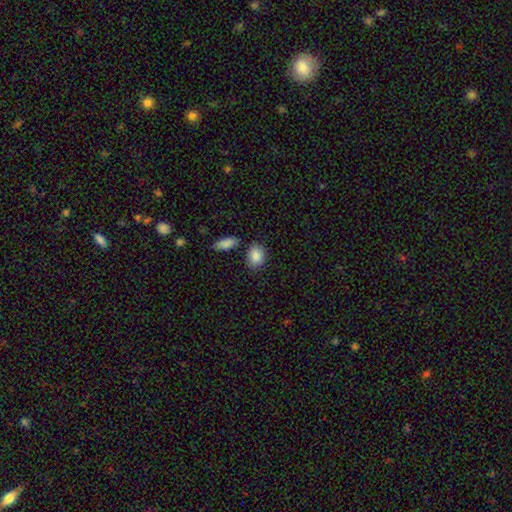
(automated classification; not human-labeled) This appears to be a smooth galaxy with no disk features (88%) that is in between round and cigar-shaped (70%). Merging: none (78%).